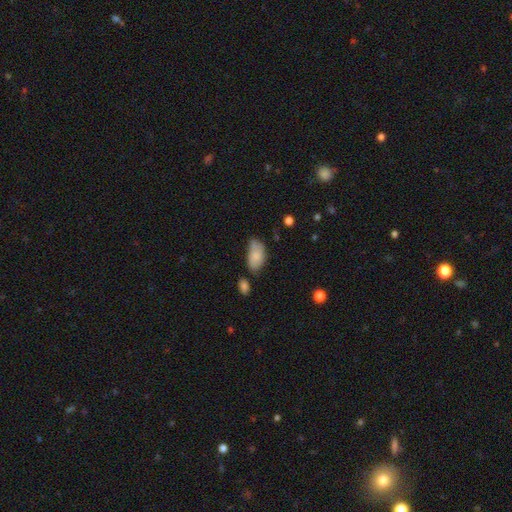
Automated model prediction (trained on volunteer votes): Smooth or featured? Predicted: smooth (p=0.80). How rounded? Predicted: in between (p=0.94). Merging? Predicted: none (p=0.46).